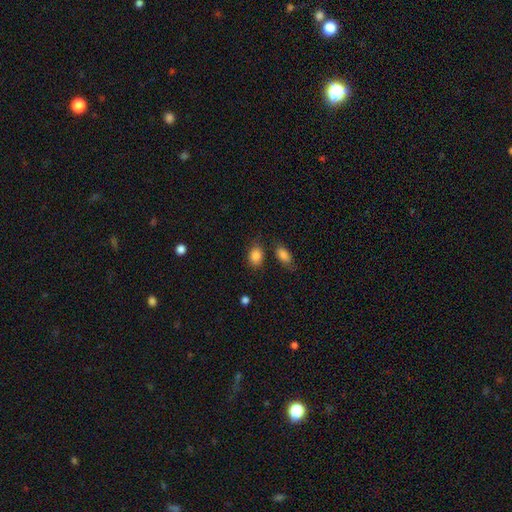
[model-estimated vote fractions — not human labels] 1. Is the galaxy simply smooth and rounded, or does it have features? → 86% smooth, 9% star or artifact, 5% featured or disk.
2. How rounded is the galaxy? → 71% in between, 28% round, 1% cigar-shaped.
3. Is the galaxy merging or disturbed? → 72% none, 15% minor disturbance, 8% merger, 5% major disturbance.